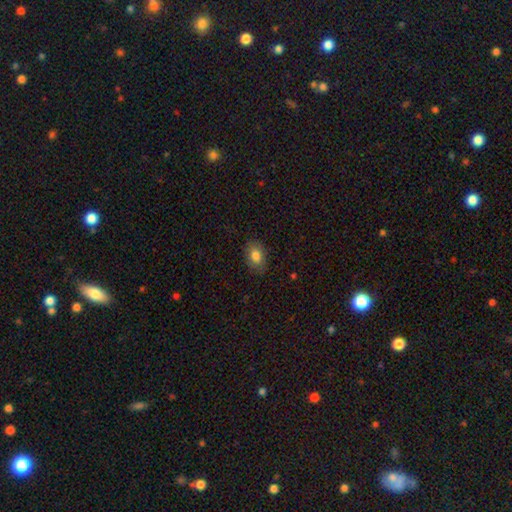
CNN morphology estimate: smooth_or_featured: smooth (p=0.82) [alt: featured or disk p=0.09]
how_rounded: in between (p=0.82) [alt: round p=0.17]
merging: none (p=0.82) [alt: minor disturbance p=0.13]